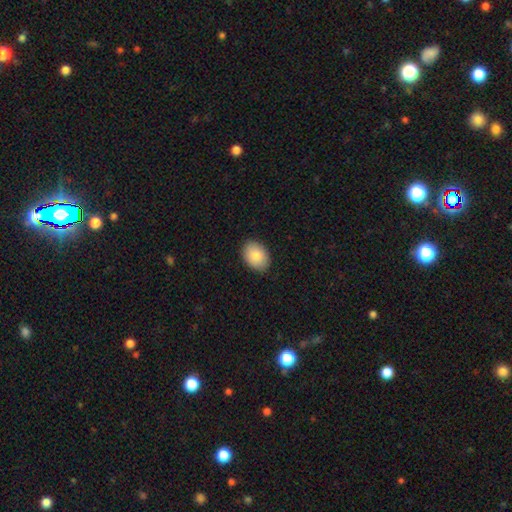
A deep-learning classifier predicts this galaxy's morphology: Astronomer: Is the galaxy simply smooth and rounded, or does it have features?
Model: smooth — 86%.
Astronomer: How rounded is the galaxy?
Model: in between — 76%.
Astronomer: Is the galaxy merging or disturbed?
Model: none — 88%.